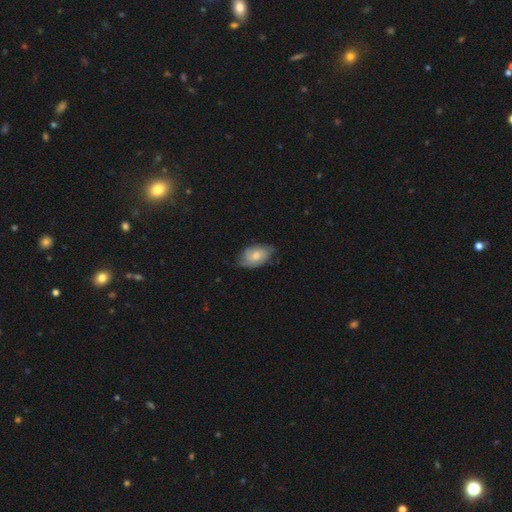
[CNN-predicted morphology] A smooth galaxy with no disk features (53%) that is in between round and cigar-shaped (90%). Merging: none (61%).